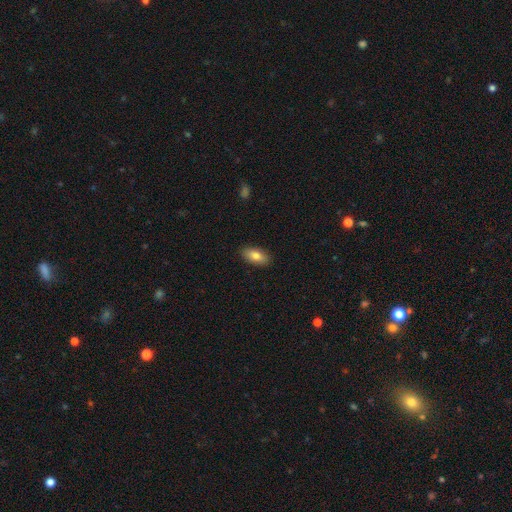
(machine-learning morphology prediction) This appears to be a smooth galaxy with no disk features (80%) that is in between round and cigar-shaped (88%). Merging: none (89%).